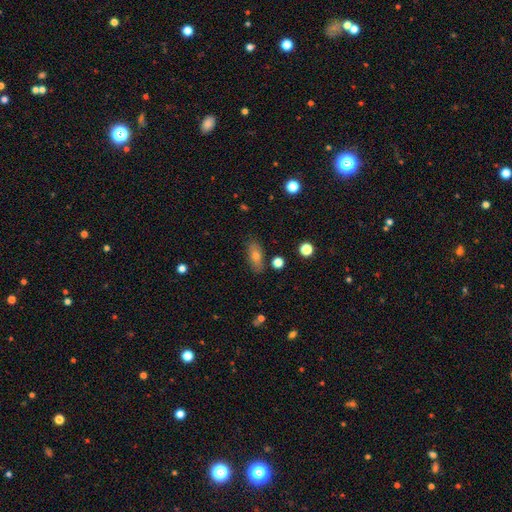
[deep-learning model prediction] This is likely a smooth galaxy (64%). How rounded: likely in between (75%). Merging: clearly none (84%).